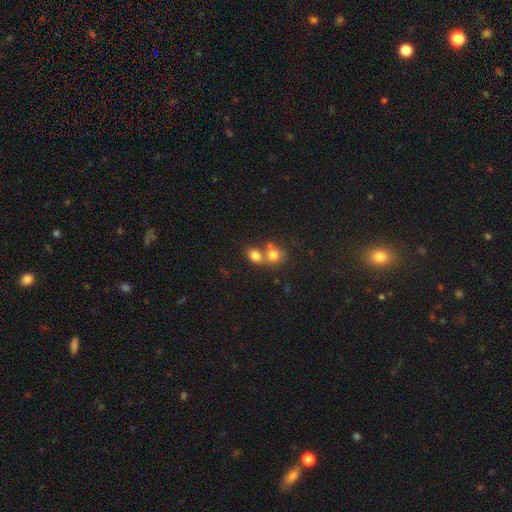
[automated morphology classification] This is likely a smooth galaxy (78%). How rounded: possibly in between (53%). Merging: possibly merger (59%).